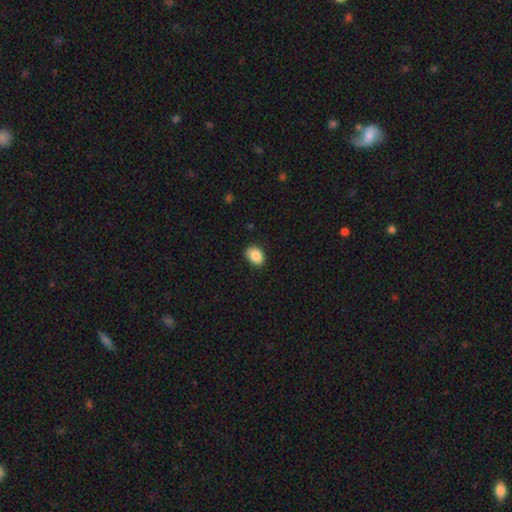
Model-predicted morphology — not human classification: A smooth galaxy with no disk features (87%) that is in between round and cigar-shaped (70%). Merging: none (85%).